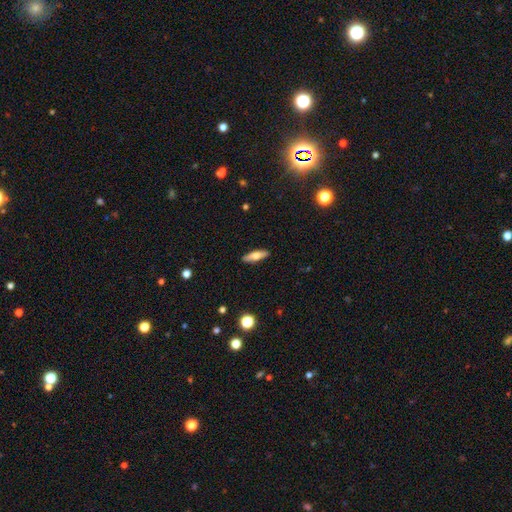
Morphology: type=featured or disk (51%); edge-on=yes (75%); edge-on bulge=rounded (100%); merging=none (81%).